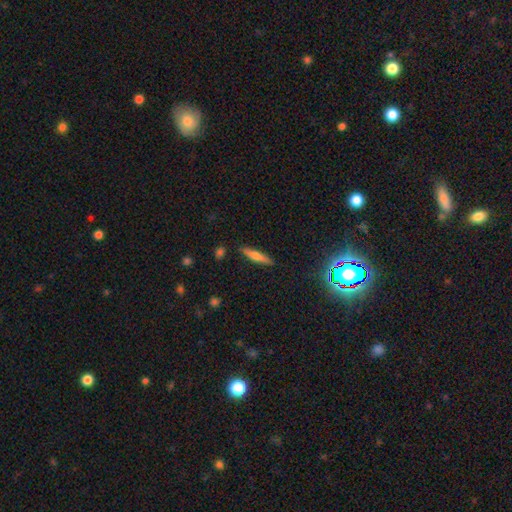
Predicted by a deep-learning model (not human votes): Morphology: type=smooth (63%); roundness=cigar-shaped (82%); merging=none (87%).